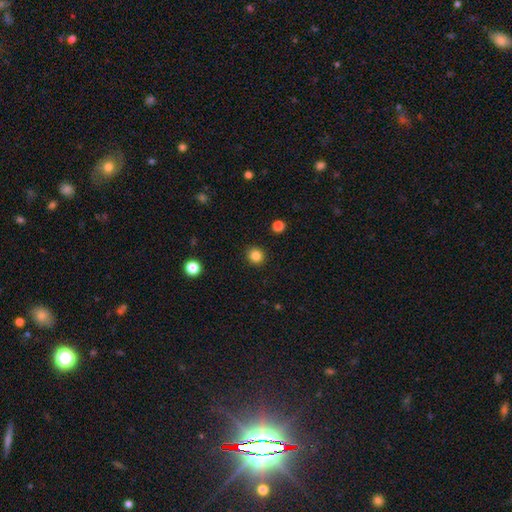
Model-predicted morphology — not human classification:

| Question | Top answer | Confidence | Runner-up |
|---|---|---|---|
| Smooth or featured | smooth | 84% | star or artifact (12%) |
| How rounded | round | 90% | in between (9%) |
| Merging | none | 92% | minor disturbance (5%) |